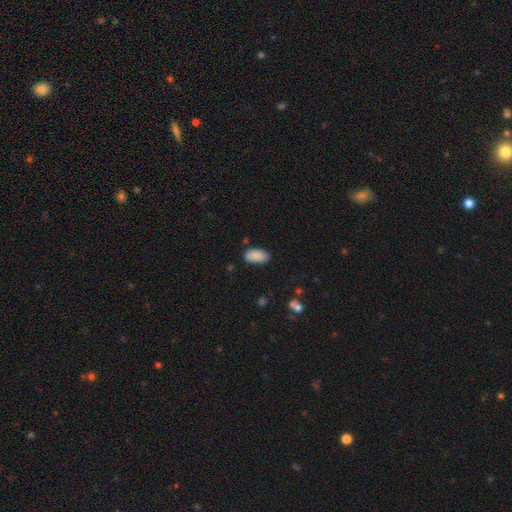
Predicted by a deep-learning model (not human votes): Overall: smooth (88%). How rounded: in between (95%). Merging: none (83%).